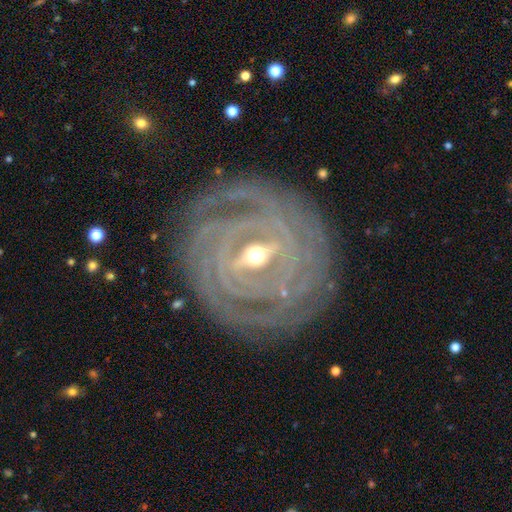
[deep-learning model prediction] Smooth or featured? featured or disk (91%)
Edge-on disk? no (94%)
Bar? strong (62%)
Spiral arms? yes (94%)
Spiral winding? tight (81%)
Spiral arm count? can't tell (28%)
Bulge size? moderate (55%)
Merging? none (77%)